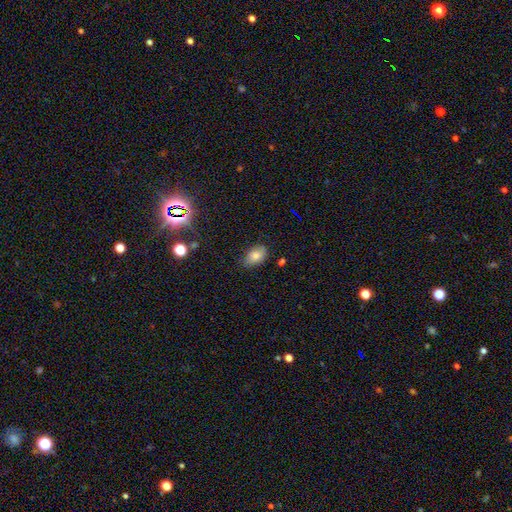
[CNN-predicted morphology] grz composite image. It shows a smooth galaxy with no disk features (79%) that is in between round and cigar-shaped (86%). Merging: none (75%).